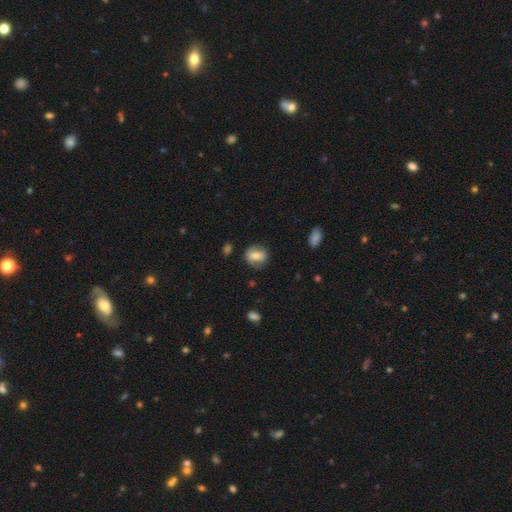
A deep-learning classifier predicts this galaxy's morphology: This appears to be a smooth galaxy with no disk features (64%) that is round (53%). Merging: none (76%).